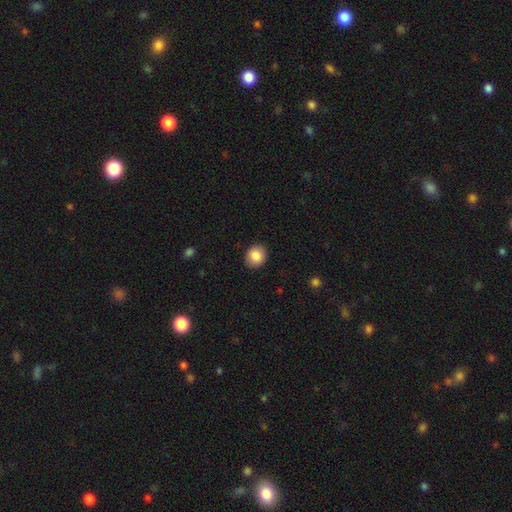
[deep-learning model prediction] Smooth or featured? Predicted: smooth (p=0.86). How rounded? Predicted: round (p=0.72). Merging? Predicted: none (p=0.90).